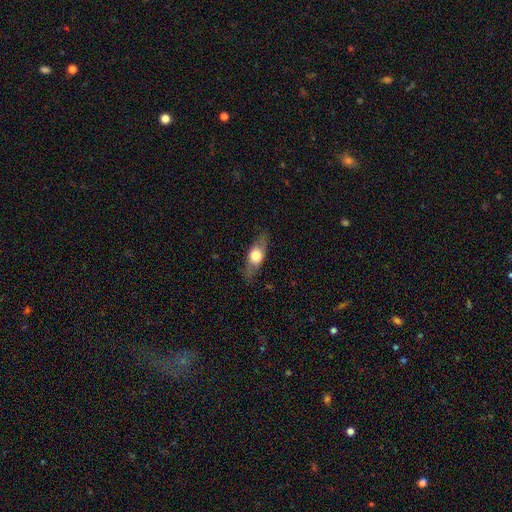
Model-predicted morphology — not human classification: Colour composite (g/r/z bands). It shows a smooth galaxy with no disk features (52%) that is in between round and cigar-shaped (61%). Merging: none (79%).